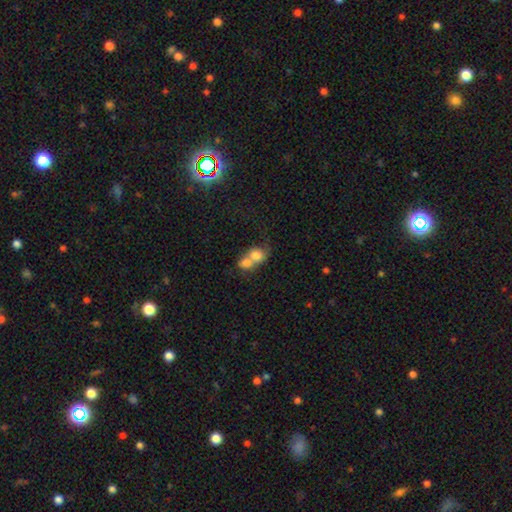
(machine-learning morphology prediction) Smooth or featured: smooth — 73% (featured or disk — 18%)
How rounded: round — 63% (in between — 36%)
Merging: merger — 77% (none — 14%)